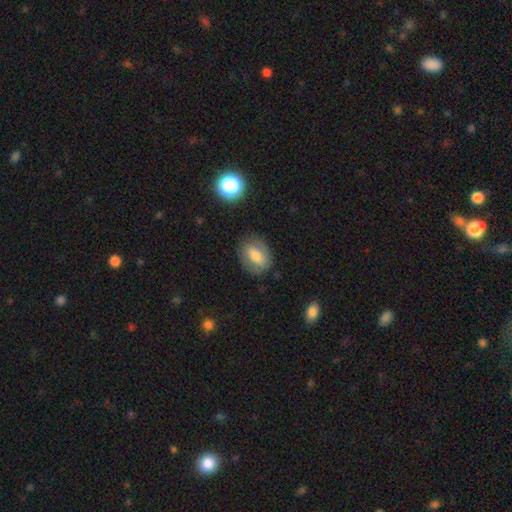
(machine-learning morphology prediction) Overall: smooth (68%). How rounded: in between (73%). Merging: none (78%).